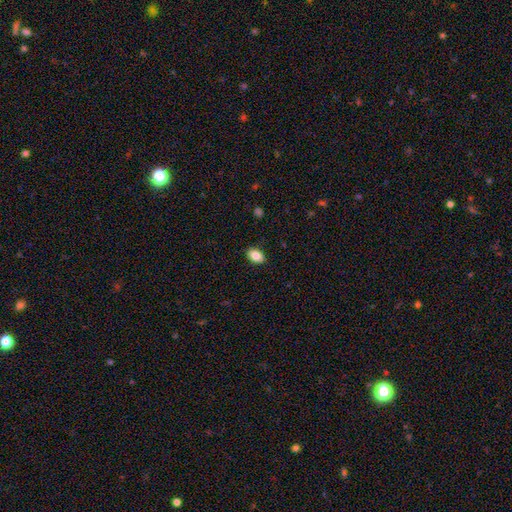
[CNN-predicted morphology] This appears to be a smooth galaxy with no disk features (86%) that is in between round and cigar-shaped (84%). Merging: none (89%).